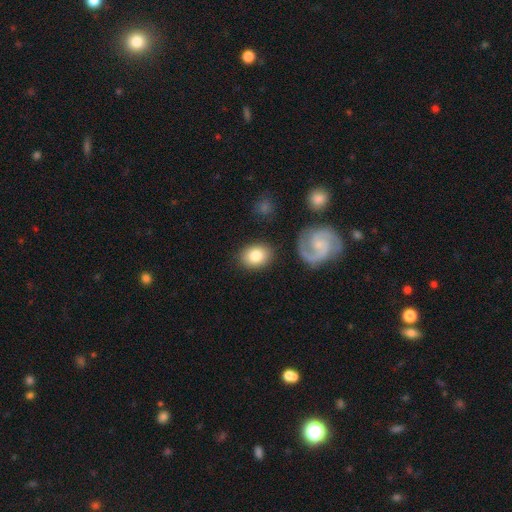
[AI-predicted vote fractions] Morphology: type=smooth (79%); roundness=in between (60%); merging=none (83%).